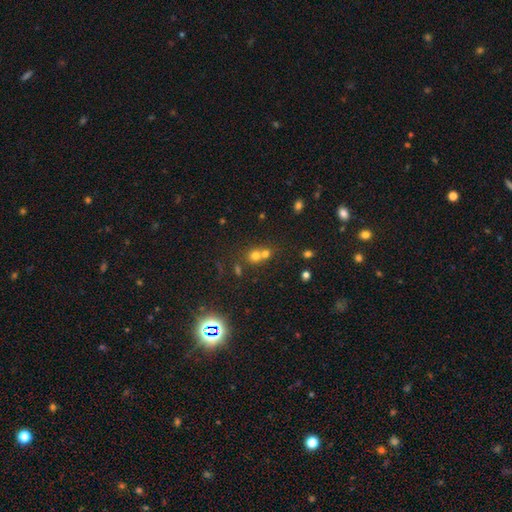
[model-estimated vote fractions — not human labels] The model was most divided on "merging": merger: 51%, none: 41%, minor disturbance: 6%, major disturbance: 3%. More confident: how rounded — round (83%); smooth or featured — smooth (65%).